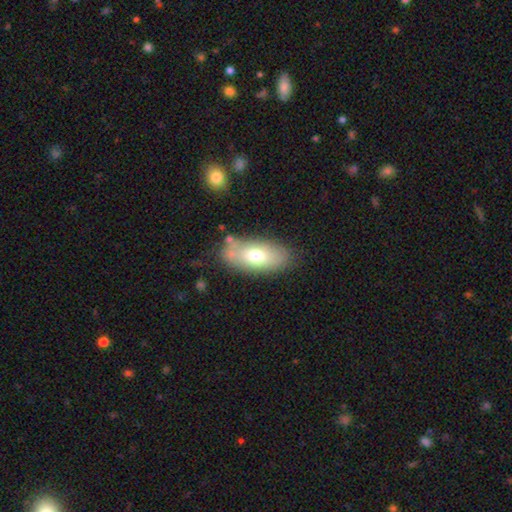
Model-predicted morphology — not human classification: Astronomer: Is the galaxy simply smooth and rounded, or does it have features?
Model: smooth — 68%.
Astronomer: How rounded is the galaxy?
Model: in between — 89%.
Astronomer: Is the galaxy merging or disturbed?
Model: none — 73%.